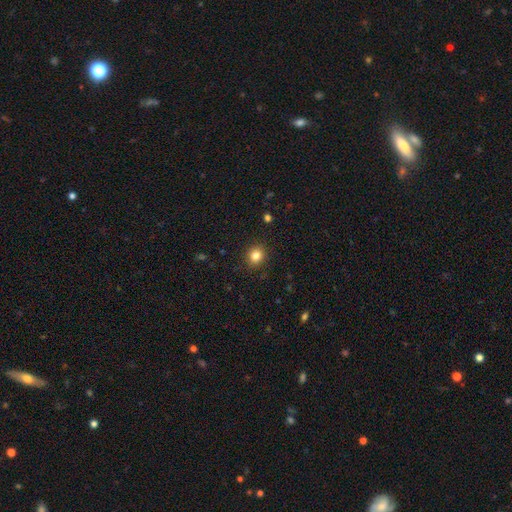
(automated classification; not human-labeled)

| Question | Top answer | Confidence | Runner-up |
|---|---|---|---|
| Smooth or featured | smooth | 83% | star or artifact (12%) |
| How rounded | round | 81% | in between (18%) |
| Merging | none | 91% | minor disturbance (6%) |